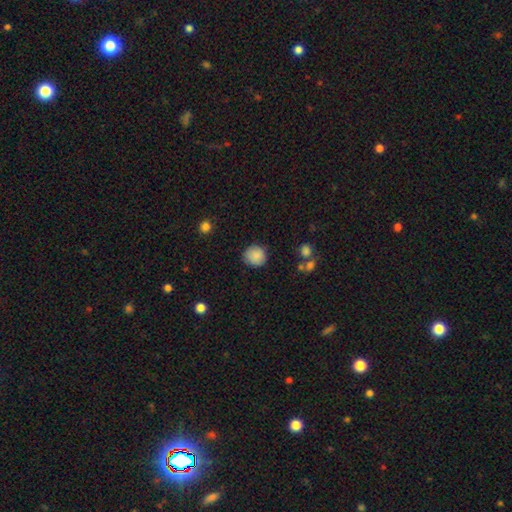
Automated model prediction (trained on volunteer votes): Smooth or featured? smooth (87%)
How rounded? round (89%)
Merging? none (83%)